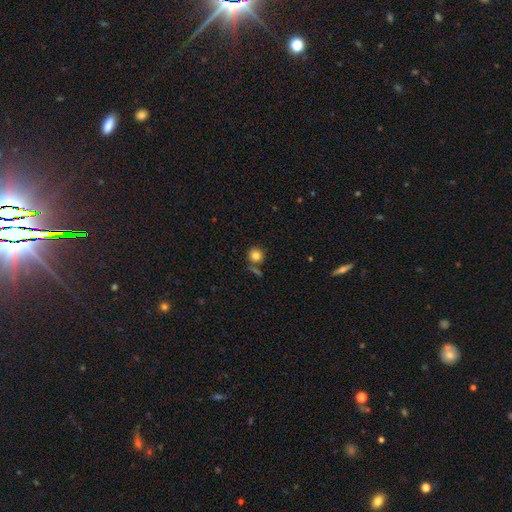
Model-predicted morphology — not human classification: smooth 81%, star or artifact 11%, featured or disk 8%. Down the decision tree: how rounded — round (90%); merging — none (73%).